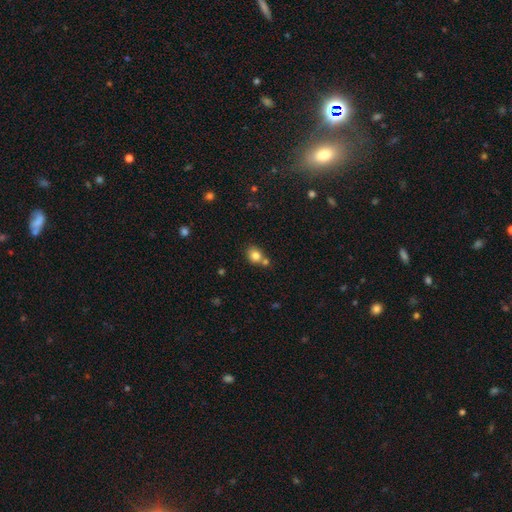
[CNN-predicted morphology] A smooth galaxy with no disk features (81%) that is round (66%).

Vote fractions:
- Smooth or featured? smooth: 81% / star or artifact: 11% / featured or disk: 8%
- How rounded? round: 66% / in between: 33% / cigar-shaped: 1%
- Merging? none: 55% / merger: 31% / minor disturbance: 11% / major disturbance: 3%